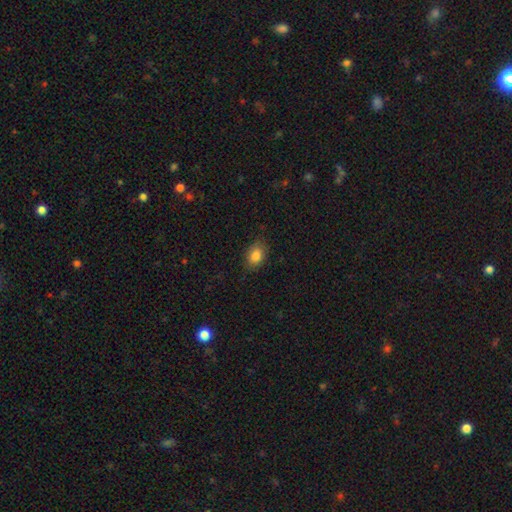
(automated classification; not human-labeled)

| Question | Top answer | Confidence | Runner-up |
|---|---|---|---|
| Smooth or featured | smooth | 84% | star or artifact (9%) |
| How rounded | in between | 77% | round (21%) |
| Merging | none | 82% | minor disturbance (14%) |